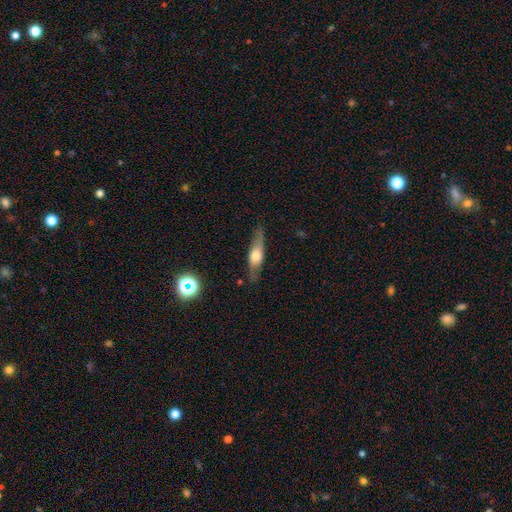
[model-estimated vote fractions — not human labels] Overall: featured or disk (48%; smooth 45%). Merging: none (79%).